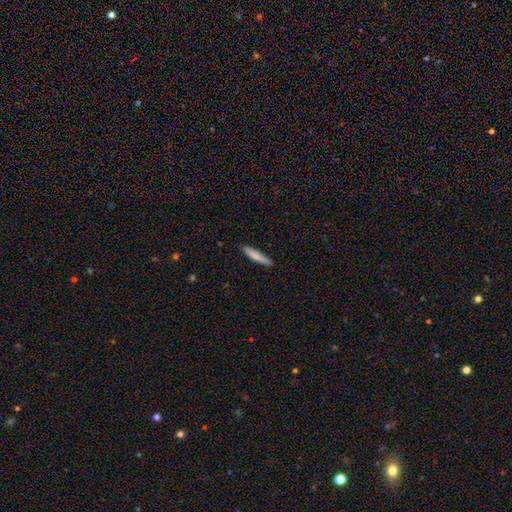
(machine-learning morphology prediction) Smooth or featured: smooth — 78% (featured or disk — 16%)
How rounded: cigar-shaped — 89% (in between — 9%)
Merging: none — 84% (minor disturbance — 13%)